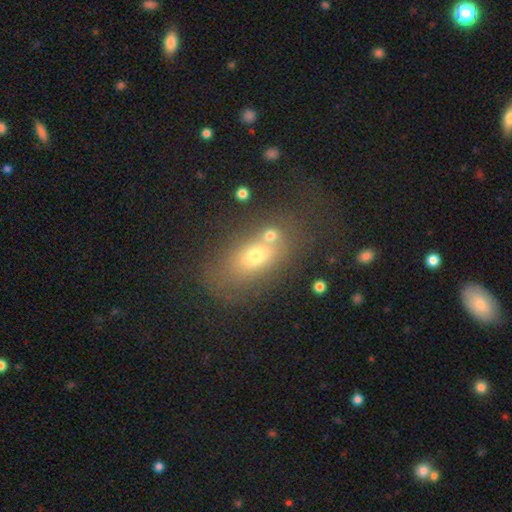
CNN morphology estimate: This appears to be a smooth galaxy with no disk features (60%) that is in between round and cigar-shaped (74%). Merging: none (39%).